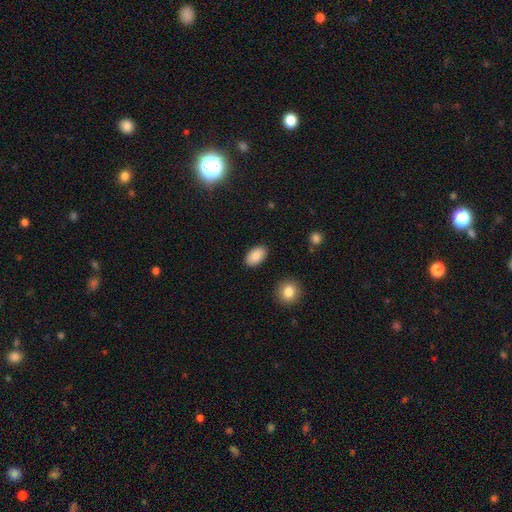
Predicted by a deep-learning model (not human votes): A smooth galaxy with no disk features (88%) that is in between round and cigar-shaped (93%).

Vote fractions:
- Smooth or featured? smooth: 88% / star or artifact: 7% / featured or disk: 5%
- How rounded? in between: 93% / round: 5% / cigar-shaped: 2%
- Merging? none: 88% / minor disturbance: 8% / major disturbance: 2% / merger: 1%